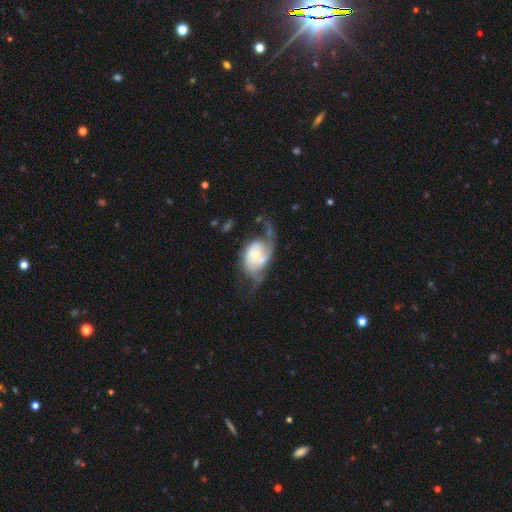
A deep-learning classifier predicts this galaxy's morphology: type=featured or disk (73%); edge-on=no (96%); bar=no (71%); spiral arms=yes (82%); winding=loose (44%); arm count=2 (51%); bulge=moderate (51%); merging=major disturbance (38%).